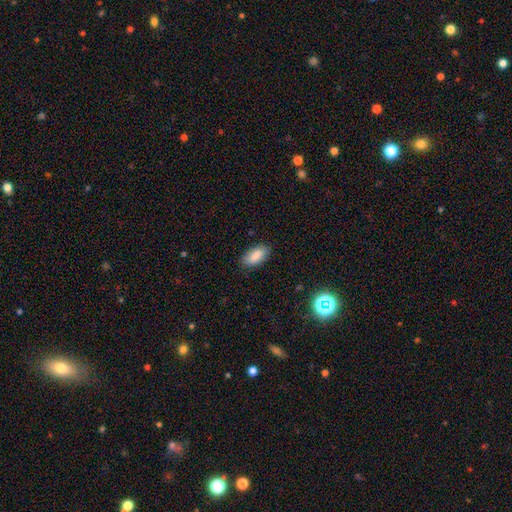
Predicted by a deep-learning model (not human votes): smooth 87%, star or artifact 8%, featured or disk 6%. Down the decision tree: how rounded — in between (91%); merging — none (86%).